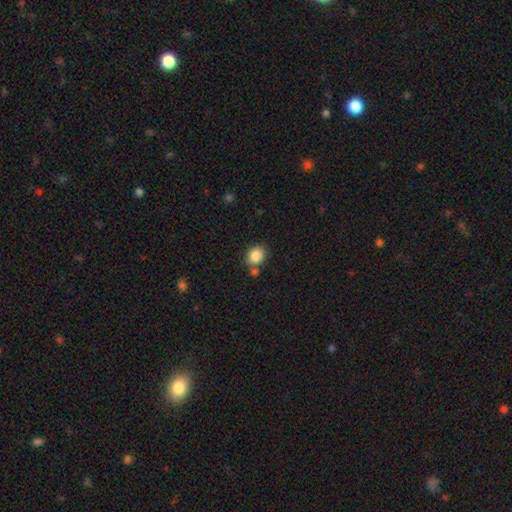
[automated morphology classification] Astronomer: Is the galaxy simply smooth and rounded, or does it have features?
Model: smooth — 86%.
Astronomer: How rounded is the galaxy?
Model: round — 62% (runner-up: in between, 37%).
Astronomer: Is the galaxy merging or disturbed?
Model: none — 70%.